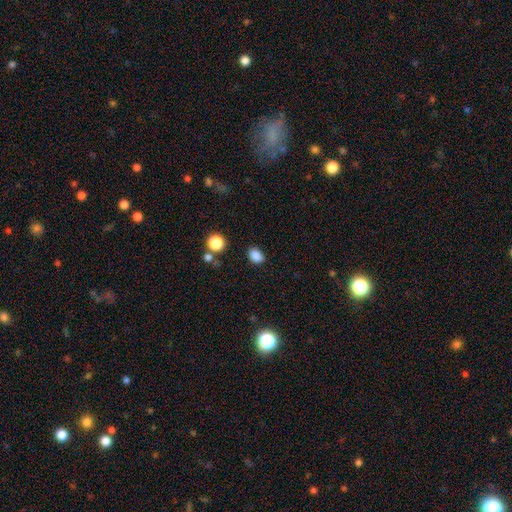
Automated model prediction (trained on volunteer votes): The model was most divided on "how rounded": in between: 75%, round: 24%, cigar-shaped: 1%. More confident: smooth or featured — smooth (86%); merging — none (84%).